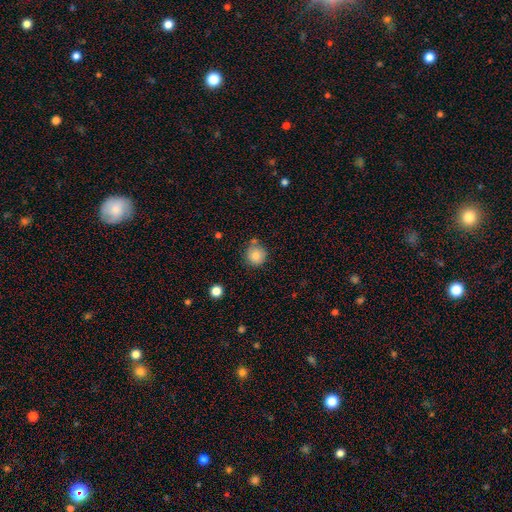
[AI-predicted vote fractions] smooth_or_featured: smooth (p=0.84) [alt: star or artifact p=0.10]
how_rounded: round (p=0.90) [alt: in between p=0.09]
merging: none (p=0.69) [alt: minor disturbance p=0.18]